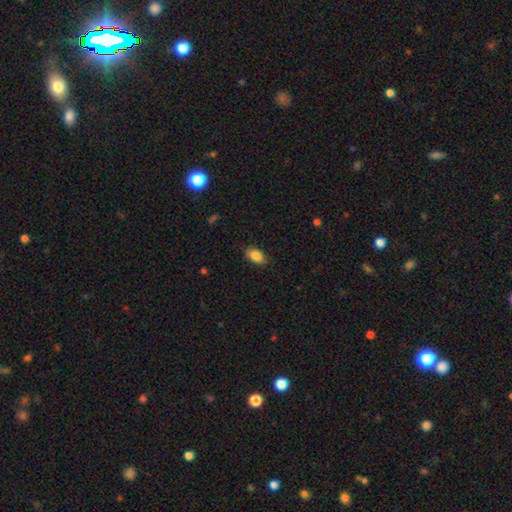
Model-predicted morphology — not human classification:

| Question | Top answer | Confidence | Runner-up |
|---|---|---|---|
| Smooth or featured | smooth | 87% | star or artifact (8%) |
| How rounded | in between | 91% | round (7%) |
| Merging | none | 85% | minor disturbance (12%) |